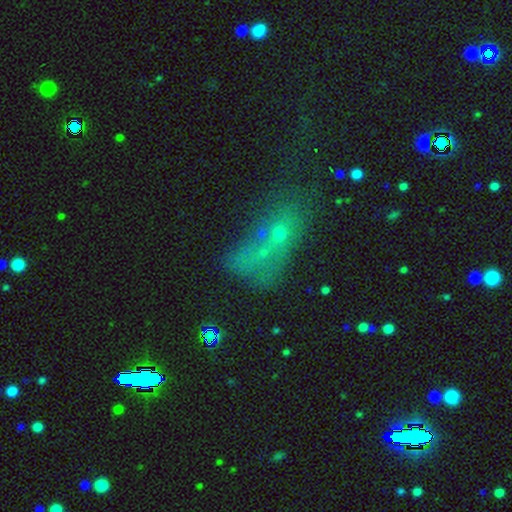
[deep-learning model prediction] The model was most divided on "smooth or featured": smooth: 41%, star or artifact: 31%, featured or disk: 28%. Remaining: merging — merger (44%).